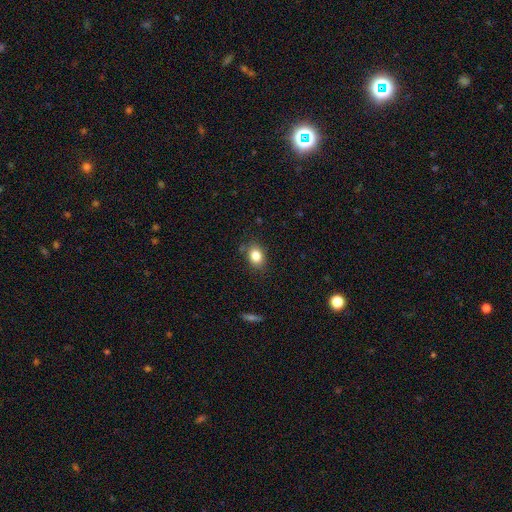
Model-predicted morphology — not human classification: Smooth or featured?
  - smooth: 83% *
  - star or artifact: 10%
  - featured or disk: 7%
How rounded?
  - in between: 63% *
  - round: 36%
  - cigar-shaped: 1%
Merging?
  - none: 82% *
  - minor disturbance: 13%
  - major disturbance: 3%
  - merger: 2%